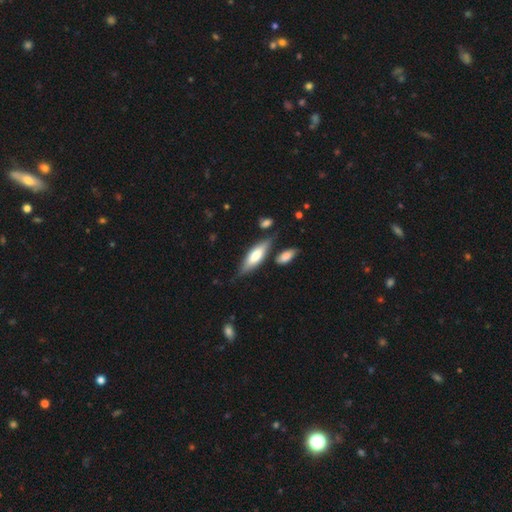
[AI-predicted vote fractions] Overall: smooth (59%; featured or disk 36%). How rounded: cigar-shaped (51%; in between 48%). Merging: none (72%).